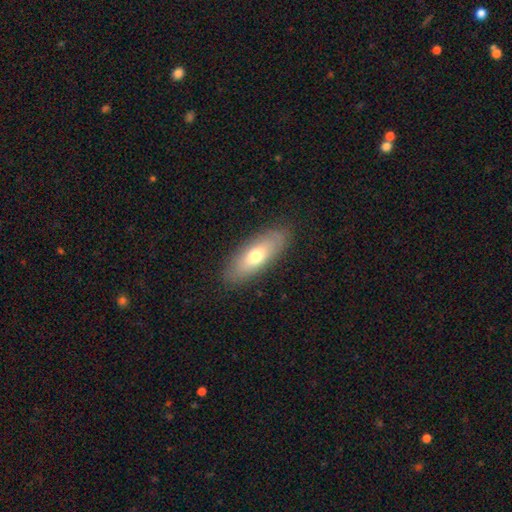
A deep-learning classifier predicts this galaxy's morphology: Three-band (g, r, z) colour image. It shows a smooth galaxy with no disk features (67%) that is in between round and cigar-shaped (72%). Merging: none (86%).